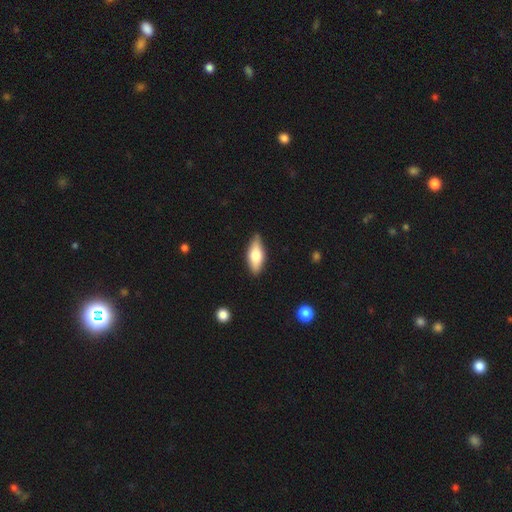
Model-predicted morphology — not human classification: This appears to be a smooth galaxy with no disk features (61%) that is in between round and cigar-shaped (72%). Merging: none (84%).